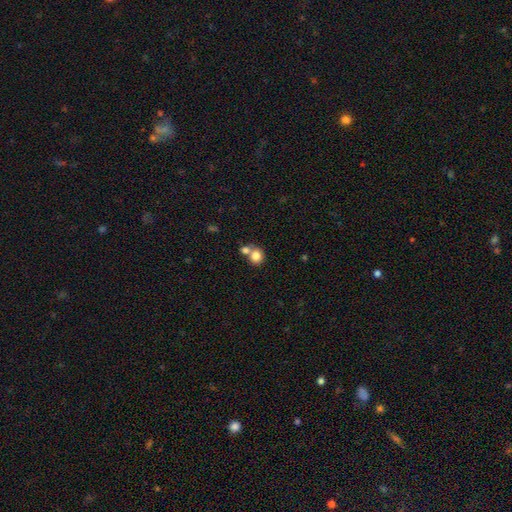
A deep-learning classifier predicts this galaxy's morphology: Smooth or featured?
  - smooth: 80% *
  - featured or disk: 10%
  - star or artifact: 10%
How rounded?
  - round: 78% *
  - in between: 21%
  - cigar-shaped: 1%
Merging?
  - none: 45% *
  - merger: 44%
  - minor disturbance: 8%
  - major disturbance: 3%